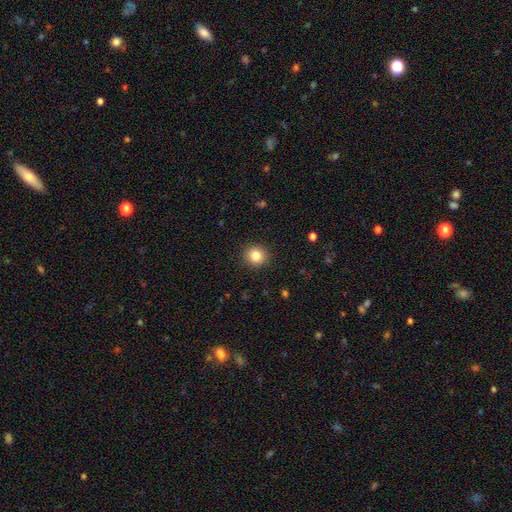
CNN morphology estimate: Smooth or featured? smooth (82%)
How rounded? round (89%)
Merging? none (91%)